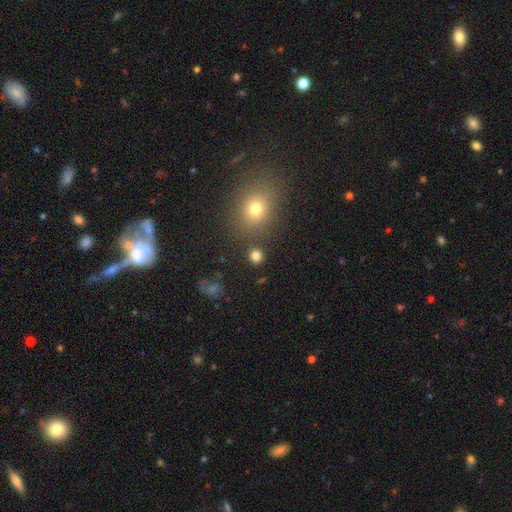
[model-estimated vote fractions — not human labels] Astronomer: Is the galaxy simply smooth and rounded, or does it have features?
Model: smooth — 80%.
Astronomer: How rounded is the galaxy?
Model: round — 89%.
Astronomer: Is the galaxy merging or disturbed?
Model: none — 86%.